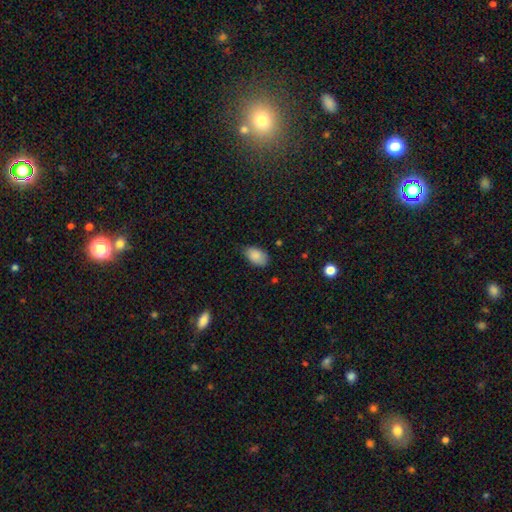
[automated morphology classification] This appears to be a smooth galaxy with no disk features (87%) that is in between round and cigar-shaped (92%). Merging: none (72%).